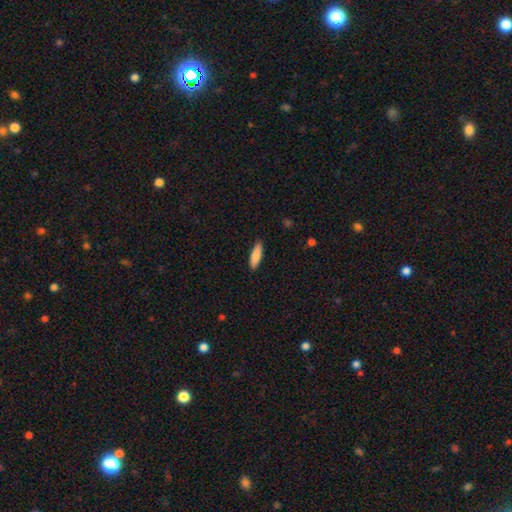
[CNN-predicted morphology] Q: Smooth or featured?
A: smooth (86%); runner-up: featured or disk (9%)
Q: How rounded?
A: cigar-shaped (58%); runner-up: in between (40%)
Q: Merging?
A: none (88%); runner-up: minor disturbance (9%)